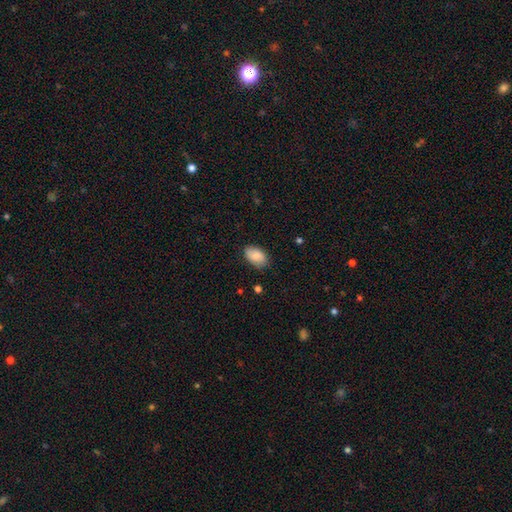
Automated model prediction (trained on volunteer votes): Q: Smooth or featured?
A: smooth (86%); runner-up: featured or disk (8%)
Q: How rounded?
A: in between (92%); runner-up: round (7%)
Q: Merging?
A: none (82%); runner-up: minor disturbance (14%)